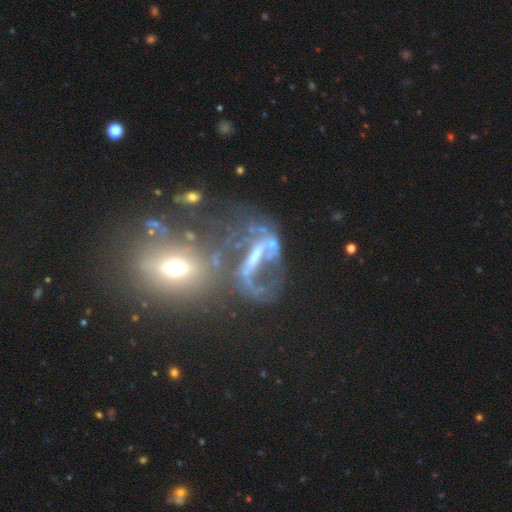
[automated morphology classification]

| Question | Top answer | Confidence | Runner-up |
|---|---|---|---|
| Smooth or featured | featured or disk | 69% | star or artifact (17%) |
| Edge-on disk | no | 89% | yes (11%) |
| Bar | strong | 50% | no (26%) |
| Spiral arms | no | 52% | yes (48%) |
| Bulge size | none | 35% | moderate (30%) |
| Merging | major disturbance | 36% | merger (30%) |